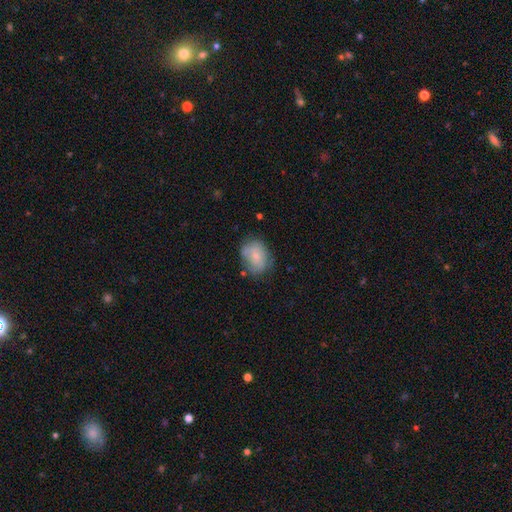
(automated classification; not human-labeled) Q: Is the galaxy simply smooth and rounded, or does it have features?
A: smooth — 72%.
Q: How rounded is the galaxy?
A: in between — 64%.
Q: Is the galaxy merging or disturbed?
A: none — 57%.